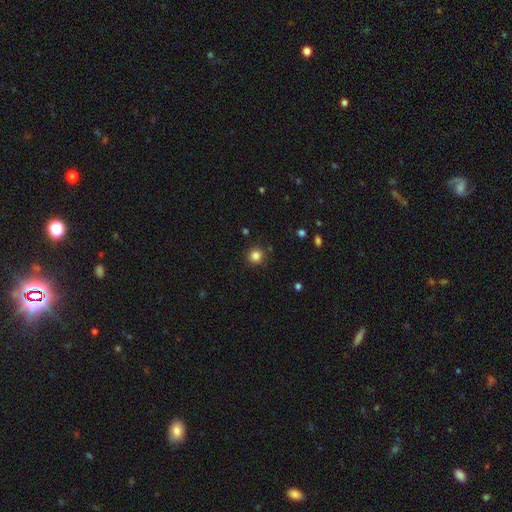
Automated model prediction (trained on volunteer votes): This appears to be a smooth galaxy with no disk features (83%) that is round (93%). Merging: none (89%).